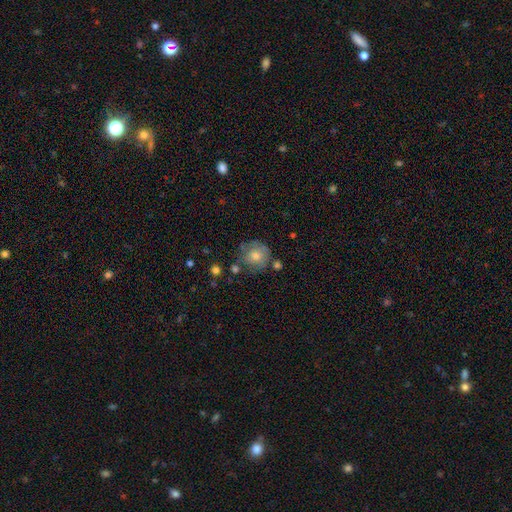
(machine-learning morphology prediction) A smooth galaxy with no disk features (56%) that is round (90%).

Vote fractions:
- Smooth or featured? smooth: 56% / featured or disk: 32% / star or artifact: 12%
- How rounded? round: 90% / in between: 9% / cigar-shaped: 1%
- Merging? none: 66% / minor disturbance: 19% / major disturbance: 8% / merger: 7%